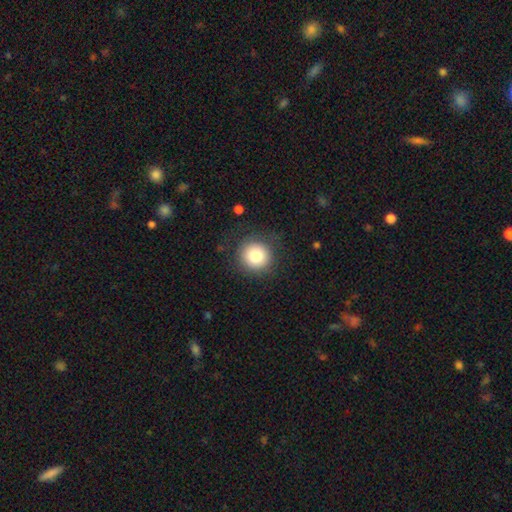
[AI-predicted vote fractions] This appears to be a smooth galaxy with no disk features (80%) that is round (94%). Merging: none (86%).